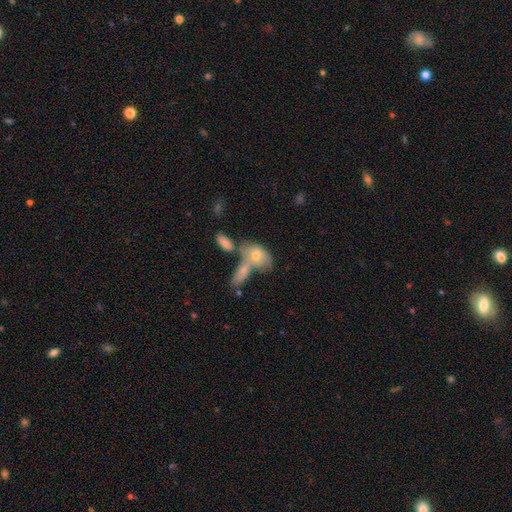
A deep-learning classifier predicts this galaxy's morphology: Smooth or featured? Predicted: smooth (p=0.59). How rounded? Predicted: in between (p=0.83). Merging? Predicted: merger (p=0.49).